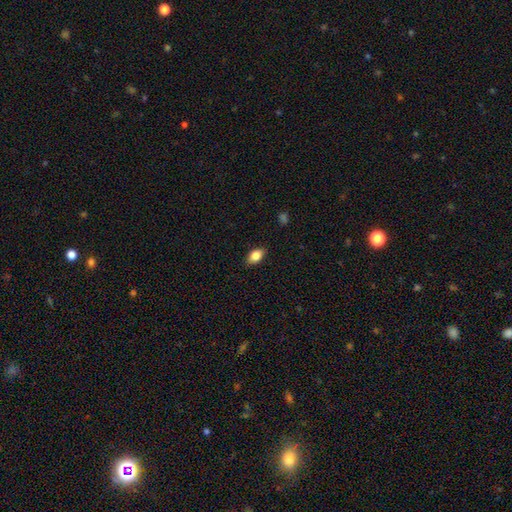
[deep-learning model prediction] Q: Smooth or featured?
A: smooth (81%); runner-up: featured or disk (11%)
Q: How rounded?
A: in between (86%); runner-up: round (10%)
Q: Merging?
A: none (86%); runner-up: minor disturbance (11%)